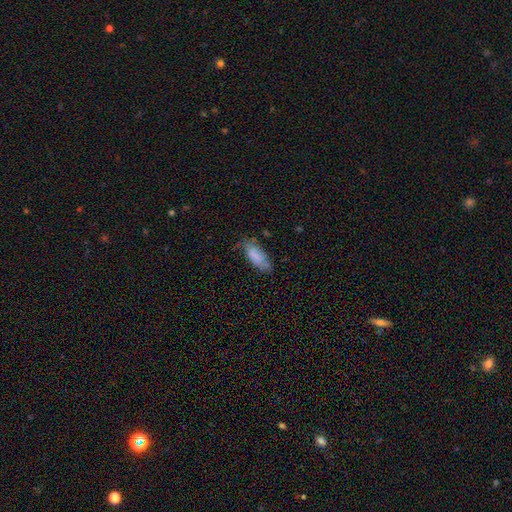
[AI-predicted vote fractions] A smooth galaxy with no disk features (79%) that is in between round and cigar-shaped (83%).

Vote fractions:
- Smooth or featured? smooth: 79% / featured or disk: 14% / star or artifact: 7%
- How rounded? in between: 83% / cigar-shaped: 15% / round: 2%
- Merging? none: 58% / minor disturbance: 31% / major disturbance: 9% / merger: 2%